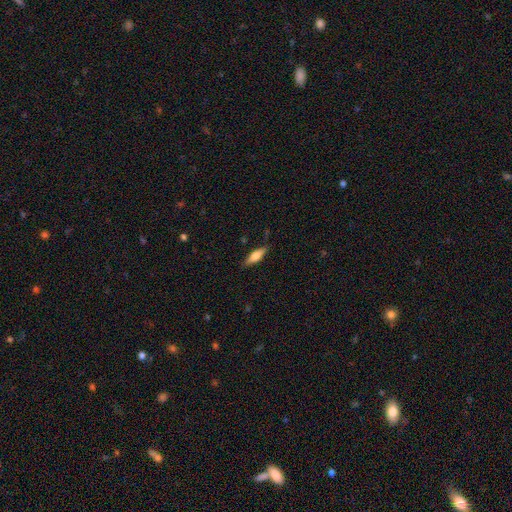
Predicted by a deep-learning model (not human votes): Q: Smooth or featured?
A: smooth (67%); runner-up: featured or disk (27%)
Q: How rounded?
A: in between (51%); runner-up: cigar-shaped (47%)
Q: Merging?
A: none (81%); runner-up: minor disturbance (15%)